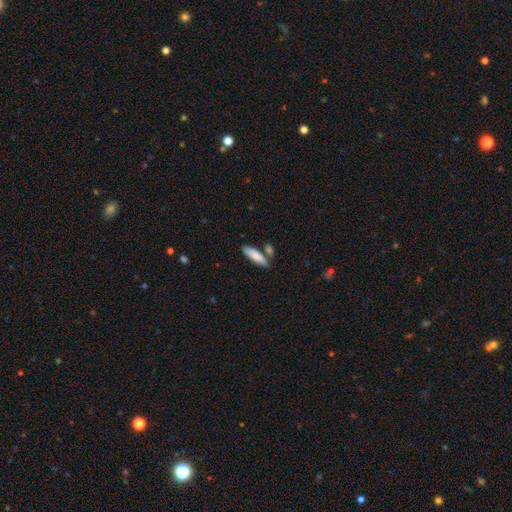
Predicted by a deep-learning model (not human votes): A smooth galaxy with no disk features (83%) that is cigar-shaped (57%). Merging: none (66%).